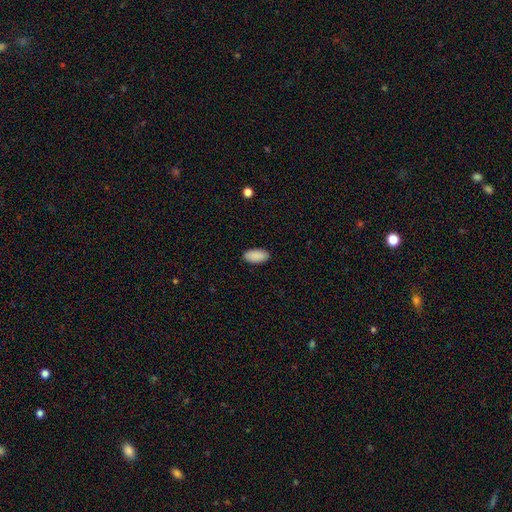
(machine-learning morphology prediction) smooth-or-featured: smooth: 90% | star or artifact: 6% | featured or disk: 3%
  how-rounded: in between: 94% | cigar-shaped: 4% | round: 2%
  merging: none: 89% | minor disturbance: 8% | major disturbance: 2% | merger: 1%